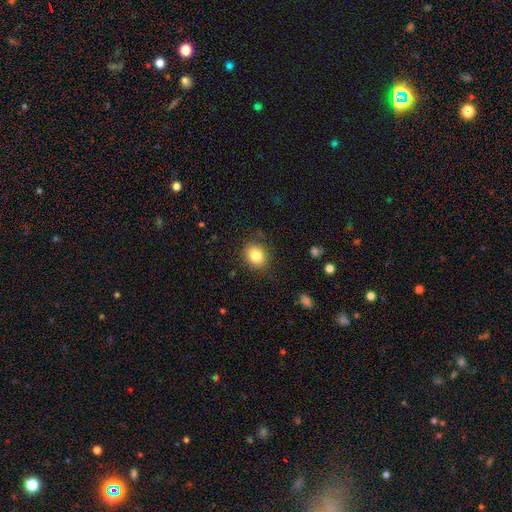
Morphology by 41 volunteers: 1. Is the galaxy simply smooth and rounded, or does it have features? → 88% smooth, 10% star or artifact, 2% featured or disk.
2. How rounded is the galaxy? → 61% round, 39% in between, 0% cigar-shaped.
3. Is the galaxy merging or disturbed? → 92% none, 8% minor disturbance, 0% major disturbance, 0% merger.